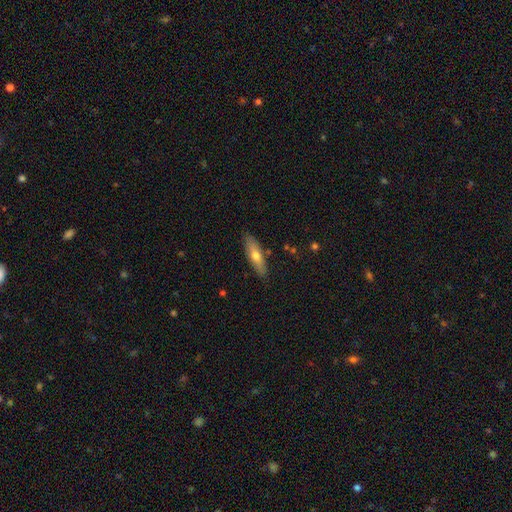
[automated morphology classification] A smooth galaxy with no disk features (62%) that is cigar-shaped (61%). Merging: none (85%).